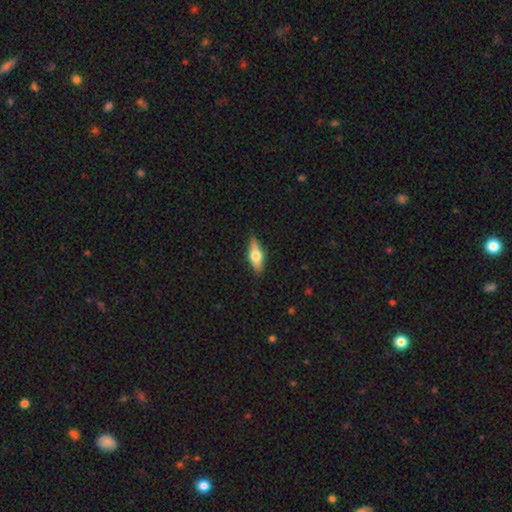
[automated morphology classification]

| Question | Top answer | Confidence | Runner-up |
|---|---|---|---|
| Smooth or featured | smooth | 51% | featured or disk (42%) |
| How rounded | in between | 59% | cigar-shaped (38%) |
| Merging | none | 88% | minor disturbance (9%) |